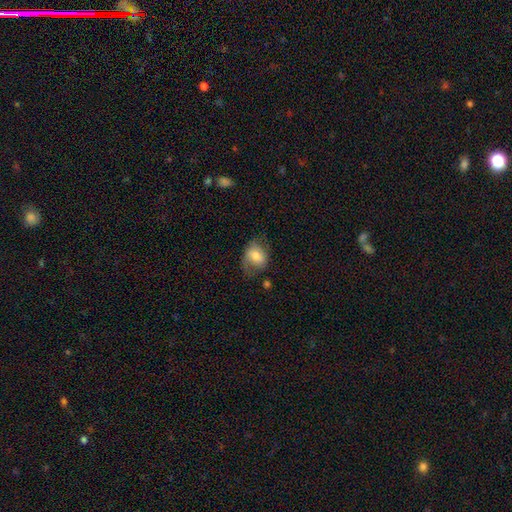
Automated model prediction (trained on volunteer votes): Smooth or featured: smooth — 66% (featured or disk — 26%)
How rounded: in between — 59% (round — 40%)
Merging: none — 50% (minor disturbance — 31%)